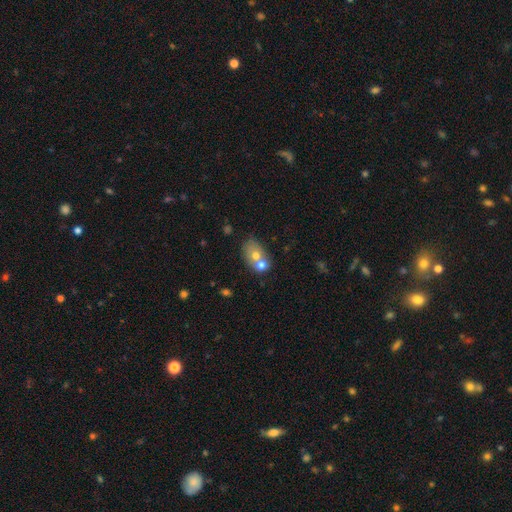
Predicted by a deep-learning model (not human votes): The model was most divided on "how rounded": in between: 62%, round: 37%, cigar-shaped: 1%. More confident: smooth or featured — smooth (63%); merging — merger (61%).